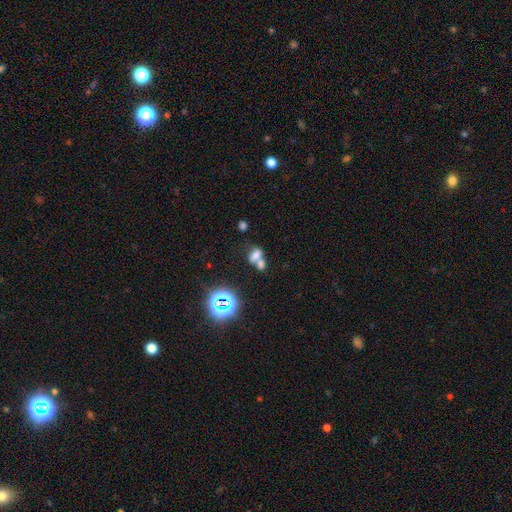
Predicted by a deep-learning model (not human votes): Q: Smooth or featured?
A: smooth (62%); runner-up: star or artifact (22%)
Q: How rounded?
A: in between (78%); runner-up: round (19%)
Q: Merging?
A: merger (62%); runner-up: none (25%)